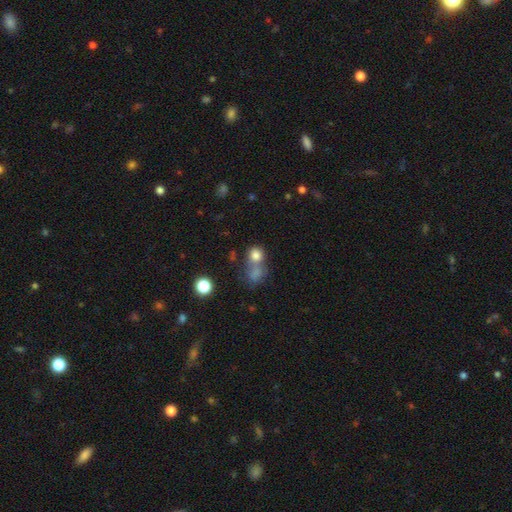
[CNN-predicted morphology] A smooth galaxy with no disk features (77%) that is round (71%).

Vote fractions:
- Smooth or featured? smooth: 77% / star or artifact: 14% / featured or disk: 9%
- How rounded? round: 71% / in between: 28% / cigar-shaped: 1%
- Merging? merger: 44% / none: 39% / minor disturbance: 10% / major disturbance: 7%